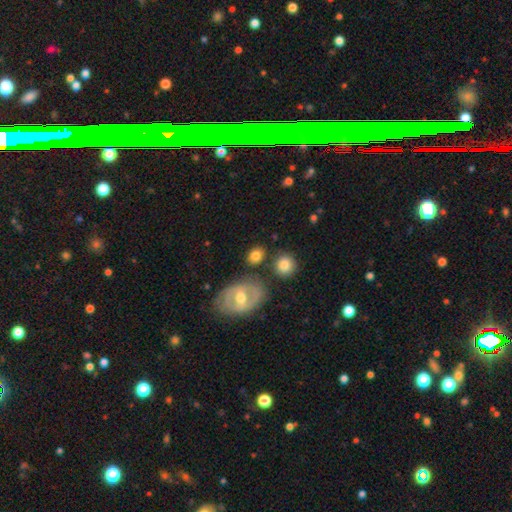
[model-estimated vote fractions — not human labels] Smooth or featured? Predicted: smooth (p=0.74). How rounded? Predicted: in between (p=0.57). Merging? Predicted: none (p=0.75).